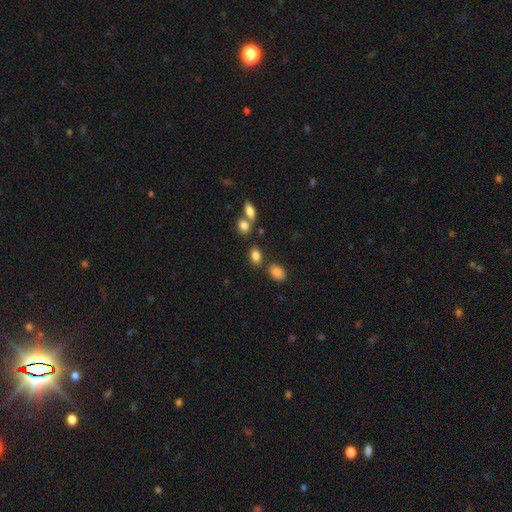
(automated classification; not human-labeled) smooth 83%, star or artifact 10%, featured or disk 7%. Down the decision tree: how rounded — in between (85%); merging — none (70%).